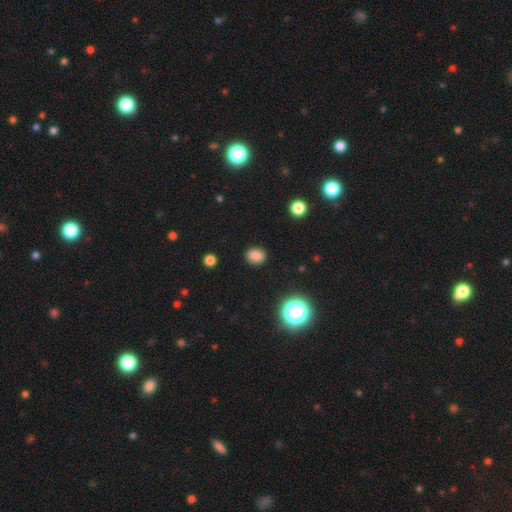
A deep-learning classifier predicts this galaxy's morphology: The model was most divided on "how rounded": round: 50%, in between: 49%, cigar-shaped: 1%. More confident: merging — none (88%); smooth or featured — smooth (83%).